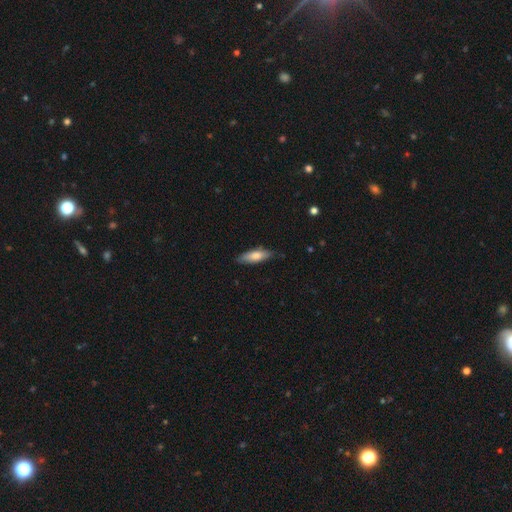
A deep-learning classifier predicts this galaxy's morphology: type=smooth (74%); roundness=in between (52%); merging=none (79%).